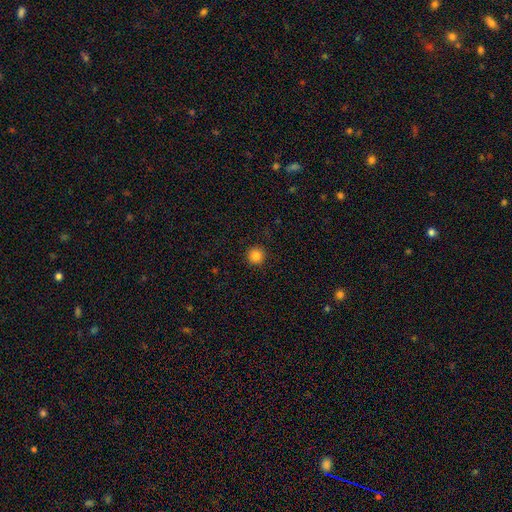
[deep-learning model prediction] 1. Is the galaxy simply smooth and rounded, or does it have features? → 85% smooth, 11% star or artifact, 4% featured or disk.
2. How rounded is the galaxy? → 96% round, 3% in between, 1% cigar-shaped.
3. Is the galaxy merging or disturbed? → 93% none, 5% minor disturbance, 2% major disturbance, 1% merger.